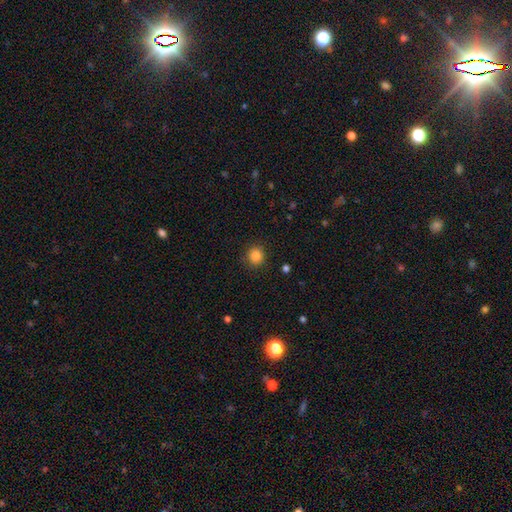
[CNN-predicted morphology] Smooth or featured? Predicted: smooth (p=0.85). How rounded? Predicted: round (p=0.89). Merging? Predicted: none (p=0.89).